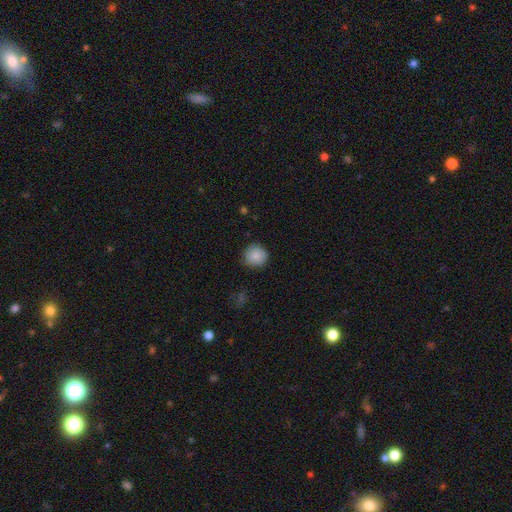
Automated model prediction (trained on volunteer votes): smooth-or-featured: smooth: 87% | star or artifact: 8% | featured or disk: 5%
  how-rounded: round: 92% | in between: 7% | cigar-shaped: 1%
  merging: none: 85% | minor disturbance: 11% | major disturbance: 2% | merger: 1%